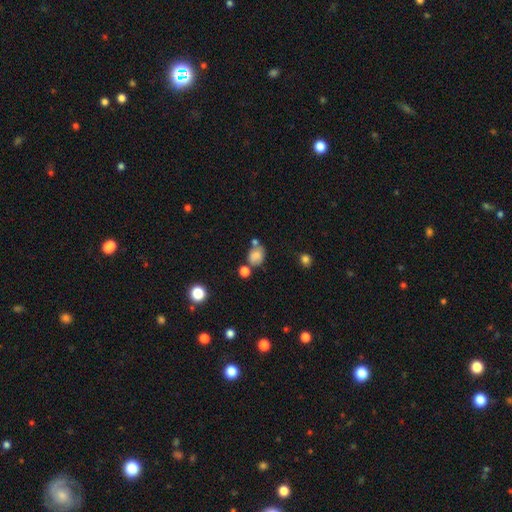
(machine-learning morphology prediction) The model was most divided on "how rounded": in between: 53%, round: 46%, cigar-shaped: 1%. Remaining: smooth or featured — smooth (74%); merging — none (49%).